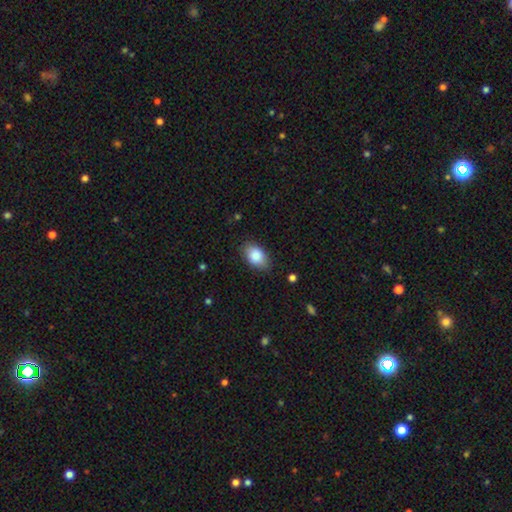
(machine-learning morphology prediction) smooth_or_featured: smooth (p=0.86) [alt: star or artifact p=0.07]
how_rounded: in between (p=0.88) [alt: round p=0.10]
merging: none (p=0.81) [alt: minor disturbance p=0.14]